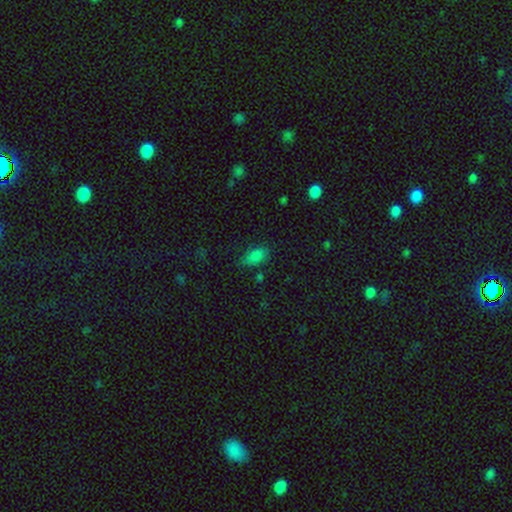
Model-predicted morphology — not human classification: A smooth galaxy with no disk features (81%) that is in between round and cigar-shaped (91%).

Vote fractions:
- Smooth or featured? smooth: 81% / star or artifact: 14% / featured or disk: 5%
- How rounded? in between: 91% / round: 5% / cigar-shaped: 4%
- Merging? none: 67% / minor disturbance: 24% / major disturbance: 6% / merger: 3%